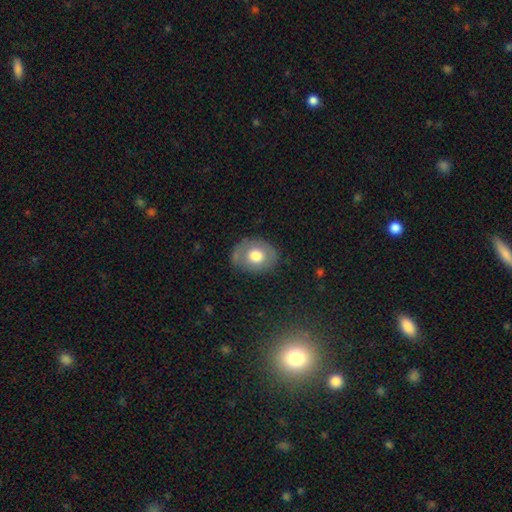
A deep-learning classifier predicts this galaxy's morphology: Smooth or featured? smooth (63%)
How rounded? in between (54%)
Merging? none (75%)